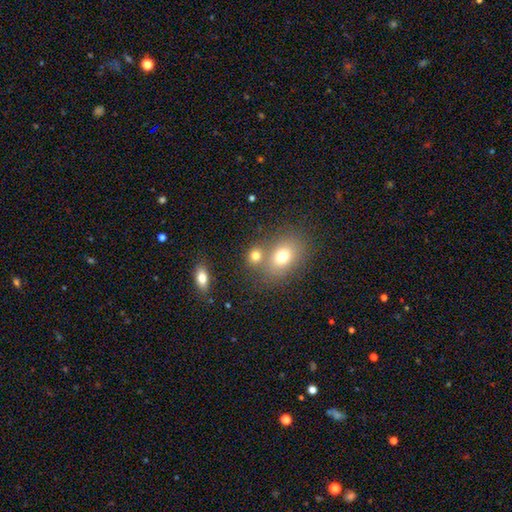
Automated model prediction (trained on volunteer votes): Smooth or featured?
  - smooth: 76% *
  - star or artifact: 13%
  - featured or disk: 11%
How rounded?
  - round: 58% *
  - in between: 40%
  - cigar-shaped: 2%
Merging?
  - none: 52% *
  - merger: 35%
  - minor disturbance: 9%
  - major disturbance: 4%